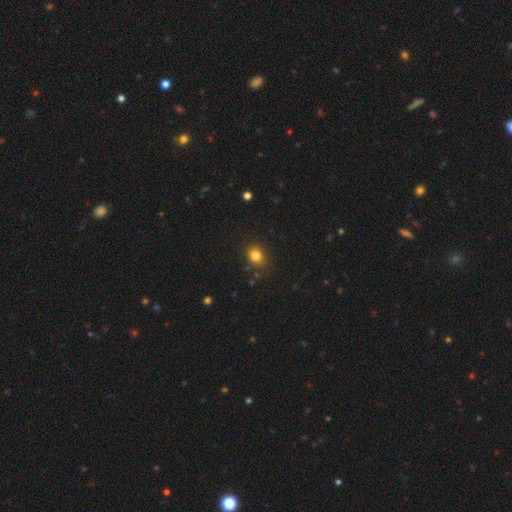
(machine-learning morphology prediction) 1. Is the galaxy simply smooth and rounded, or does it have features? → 81% smooth, 12% star or artifact, 7% featured or disk.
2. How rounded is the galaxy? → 60% round, 40% in between, 1% cigar-shaped.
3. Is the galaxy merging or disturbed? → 82% none, 13% minor disturbance, 3% major disturbance, 2% merger.